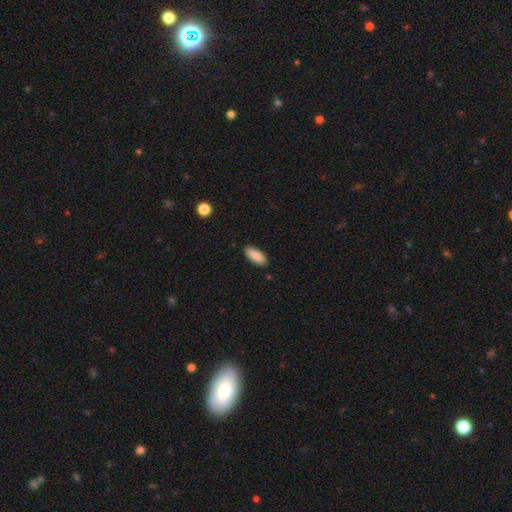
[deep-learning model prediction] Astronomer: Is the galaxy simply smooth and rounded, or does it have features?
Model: smooth — 88%.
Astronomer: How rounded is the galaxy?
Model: in between — 78%.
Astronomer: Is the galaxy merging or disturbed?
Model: none — 87%.